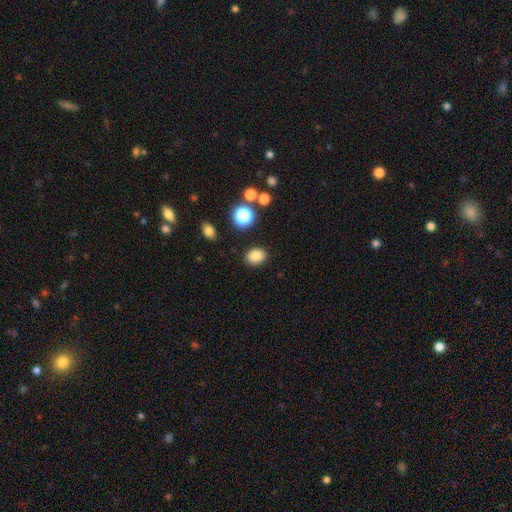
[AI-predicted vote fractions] Q: Smooth or featured?
A: smooth (83%); runner-up: star or artifact (12%)
Q: How rounded?
A: in between (58%); runner-up: round (41%)
Q: Merging?
A: none (87%); runner-up: minor disturbance (8%)